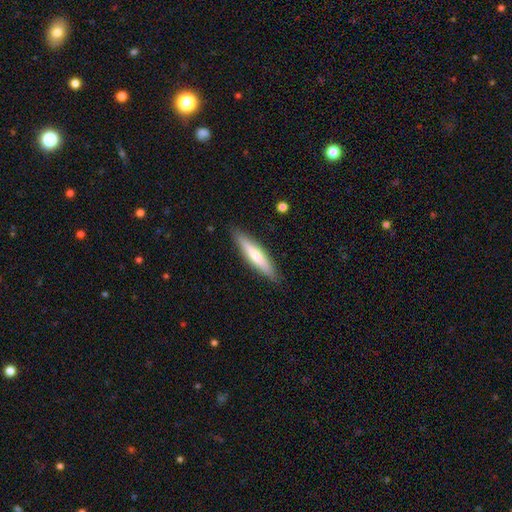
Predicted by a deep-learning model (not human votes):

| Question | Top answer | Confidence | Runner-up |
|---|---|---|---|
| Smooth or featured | smooth | 58% | featured or disk (37%) |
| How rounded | cigar-shaped | 88% | in between (11%) |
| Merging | none | 88% | minor disturbance (9%) |